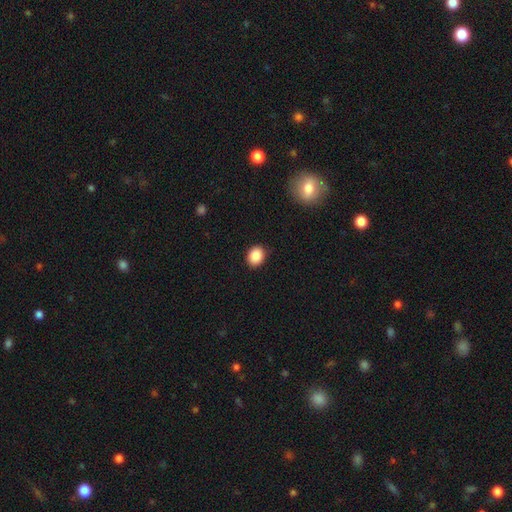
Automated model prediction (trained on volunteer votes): A smooth galaxy with no disk features (88%) that is round (52%). Merging: none (89%).